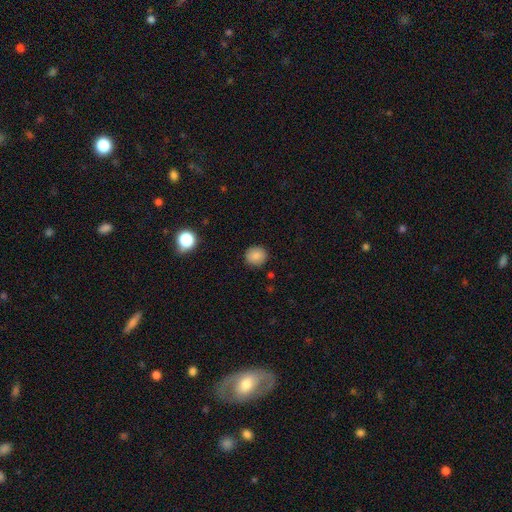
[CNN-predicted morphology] smooth 86%, star or artifact 10%, featured or disk 4%. Down the decision tree: how rounded — round (87%); merging — none (89%).